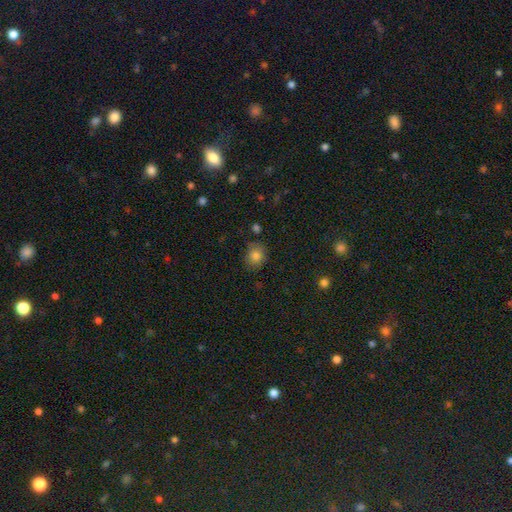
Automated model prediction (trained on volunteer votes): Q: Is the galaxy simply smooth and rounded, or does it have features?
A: smooth — 81%.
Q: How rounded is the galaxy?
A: round — 65%.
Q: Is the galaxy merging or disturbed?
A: none — 79%.